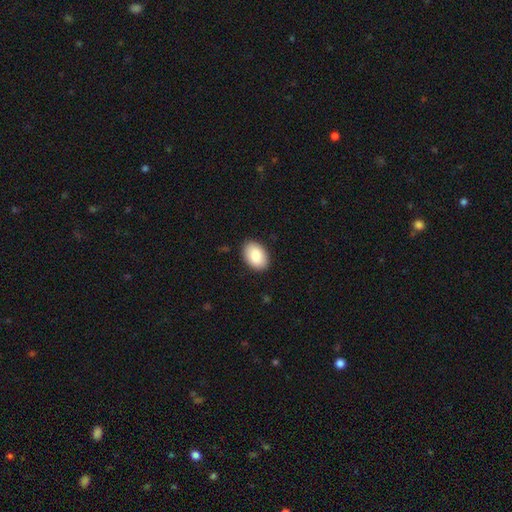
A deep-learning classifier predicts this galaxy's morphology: Overall: smooth (87%). How rounded: in between (88%). Merging: none (89%).